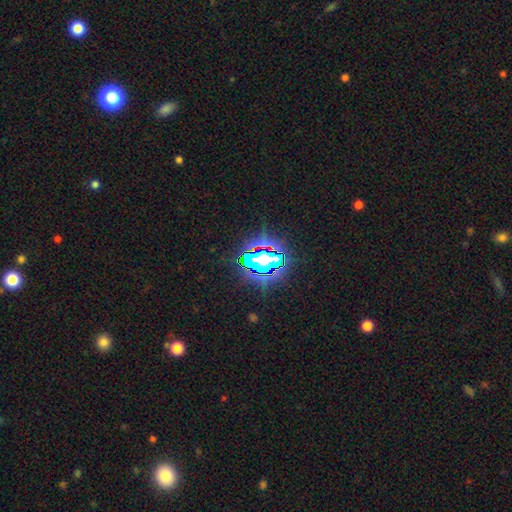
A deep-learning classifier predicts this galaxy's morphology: Smooth or featured? star or artifact (69%)